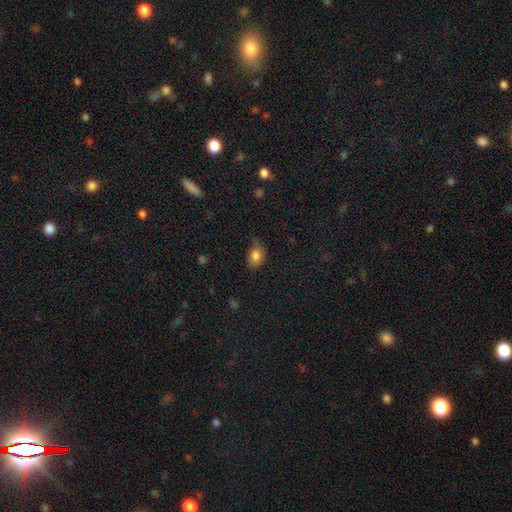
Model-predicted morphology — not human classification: Smooth or featured? Predicted: smooth (p=0.82). How rounded? Predicted: in between (p=0.72). Merging? Predicted: none (p=0.56).